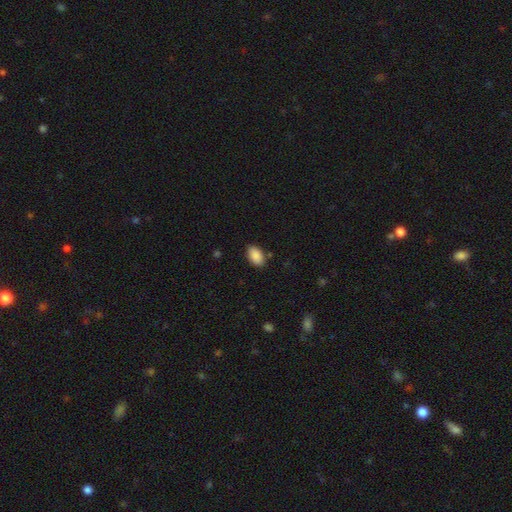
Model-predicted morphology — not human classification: smooth-or-featured: smooth: 89% | star or artifact: 7% | featured or disk: 4%
  how-rounded: in between: 93% | round: 6% | cigar-shaped: 1%
  merging: none: 85% | minor disturbance: 11% | major disturbance: 2% | merger: 2%